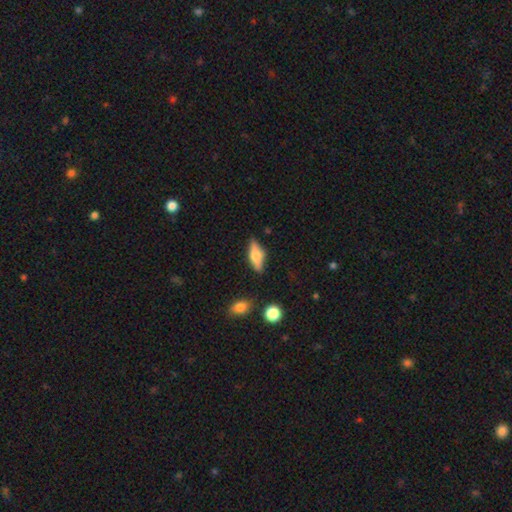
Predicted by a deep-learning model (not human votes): Overall: smooth (47%; featured or disk 46%). Merging: none (81%).